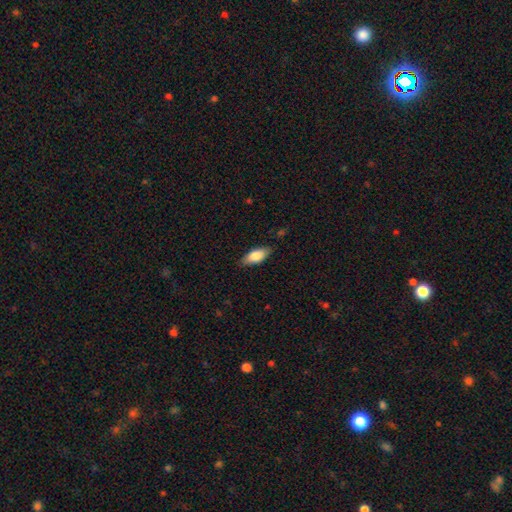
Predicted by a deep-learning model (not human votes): A smooth galaxy with no disk features (80%) that is in between round and cigar-shaped (84%).

Vote fractions:
- Smooth or featured? smooth: 80% / featured or disk: 13% / star or artifact: 6%
- How rounded? in between: 84% / cigar-shaped: 14% / round: 2%
- Merging? none: 82% / minor disturbance: 14% / major disturbance: 3% / merger: 1%